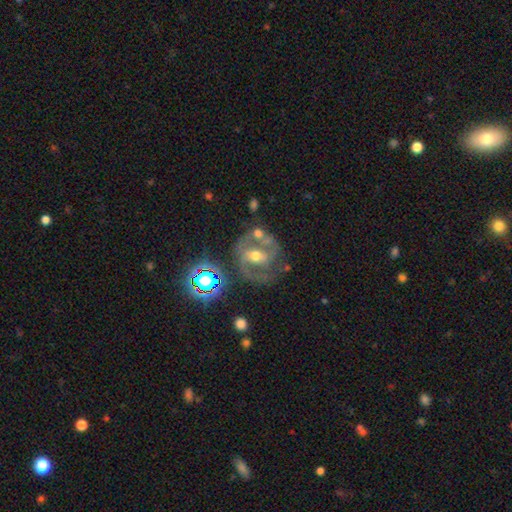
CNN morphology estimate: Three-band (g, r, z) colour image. It shows a featured or disk galaxy (74%) with a weak bar (40%), 2 (73%) medium (50%) spiral arms (79%) and a moderate central bulge (71%). Merging: none (51%).